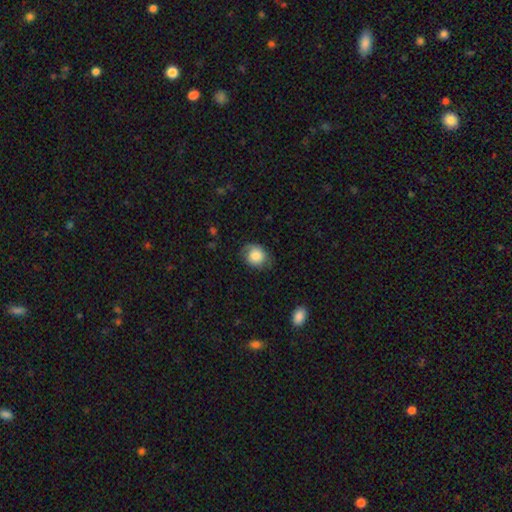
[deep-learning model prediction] The model was most divided on "how rounded": round: 60%, in between: 39%, cigar-shaped: 1%. More confident: smooth or featured — smooth (79%); merging — none (63%).